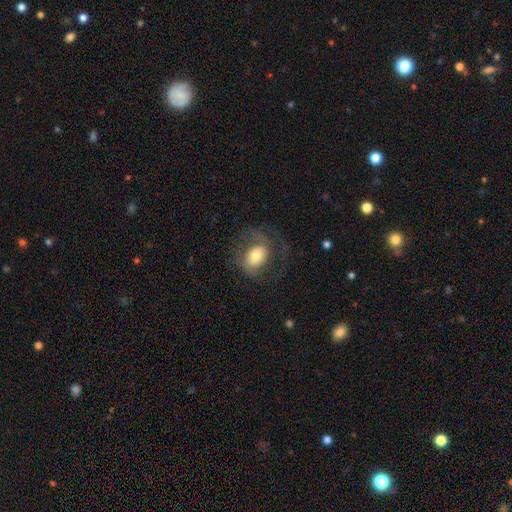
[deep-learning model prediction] This appears to be a smooth galaxy with no disk features (56%) that is in between round and cigar-shaped (65%). Merging: none (49%).